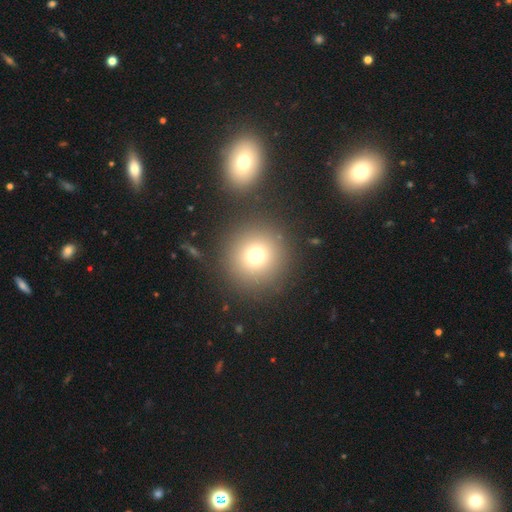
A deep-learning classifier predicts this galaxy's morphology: Q: Smooth or featured?
A: smooth (74%); runner-up: star or artifact (16%)
Q: How rounded?
A: round (94%); runner-up: in between (5%)
Q: Merging?
A: none (85%); runner-up: minor disturbance (6%)